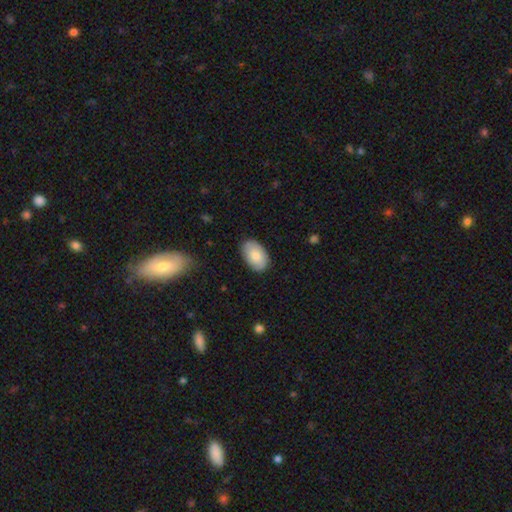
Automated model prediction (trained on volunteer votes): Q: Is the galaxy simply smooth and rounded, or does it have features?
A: smooth — 80%.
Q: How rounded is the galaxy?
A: in between — 93%.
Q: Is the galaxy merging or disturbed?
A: none — 85%.